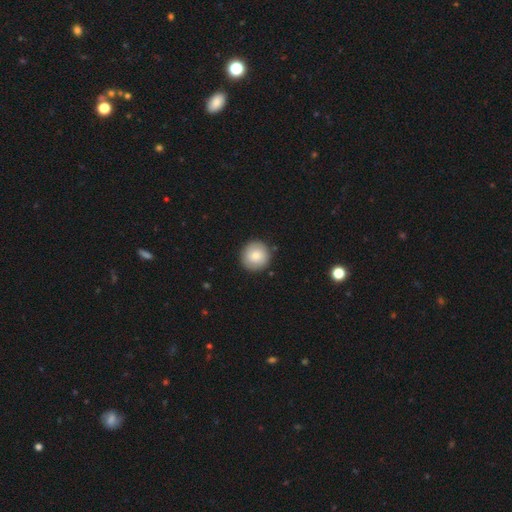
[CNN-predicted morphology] smooth-or-featured: smooth: 82% | featured or disk: 11% | star or artifact: 7%
  how-rounded: round: 95% | in between: 4% | cigar-shaped: 1%
  merging: none: 90% | minor disturbance: 7% | major disturbance: 2% | merger: 1%